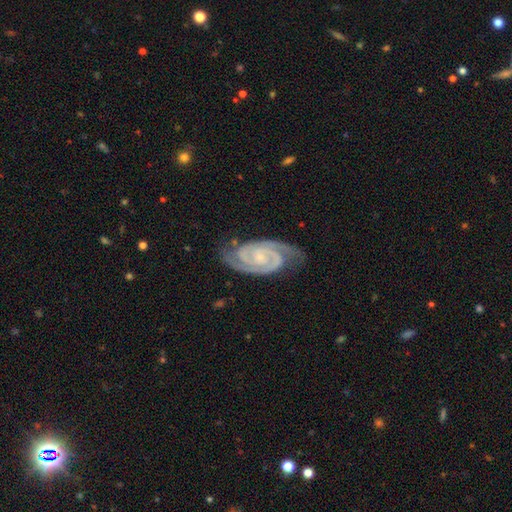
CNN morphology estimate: smooth_or_featured: featured or disk (p=0.89) [alt: star or artifact p=0.06]
disk_edge_on: no (p=0.97) [alt: yes p=0.03]
bar: no (p=0.56) [alt: weak p=0.33]
has_spiral_arms: yes (p=0.98) [alt: no p=0.02]
spiral_winding: tight (p=0.67) [alt: medium p=0.29]
spiral_arm_count: 2 (p=0.74) [alt: 3 p=0.12]
bulge_size: small (p=0.64) [alt: moderate p=0.28]
merging: none (p=0.81) [alt: minor disturbance p=0.14]